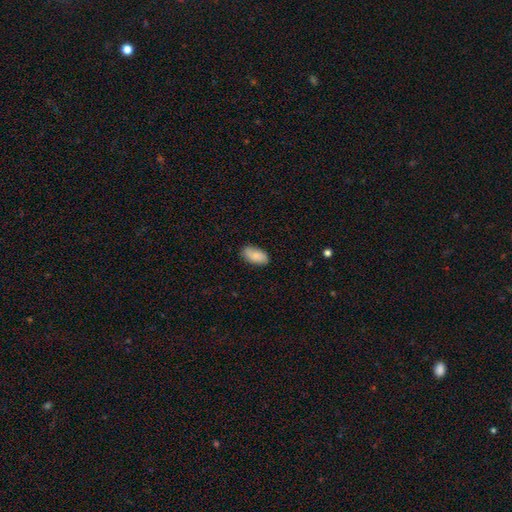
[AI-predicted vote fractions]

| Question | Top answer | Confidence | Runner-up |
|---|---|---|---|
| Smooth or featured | smooth | 84% | featured or disk (10%) |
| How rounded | in between | 93% | cigar-shaped (4%) |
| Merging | none | 84% | minor disturbance (13%) |